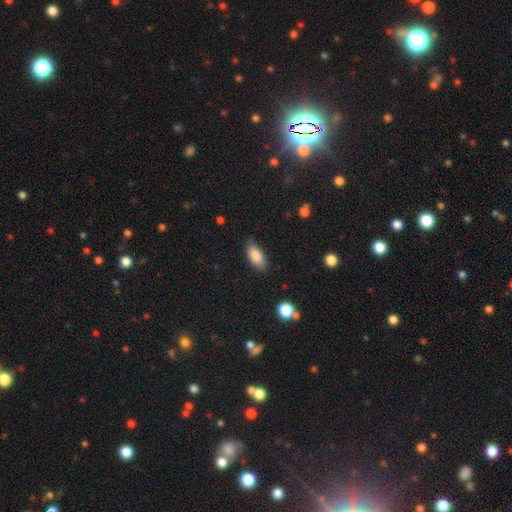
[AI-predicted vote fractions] Morphology: type=smooth (86%); roundness=in between (88%); merging=none (82%).